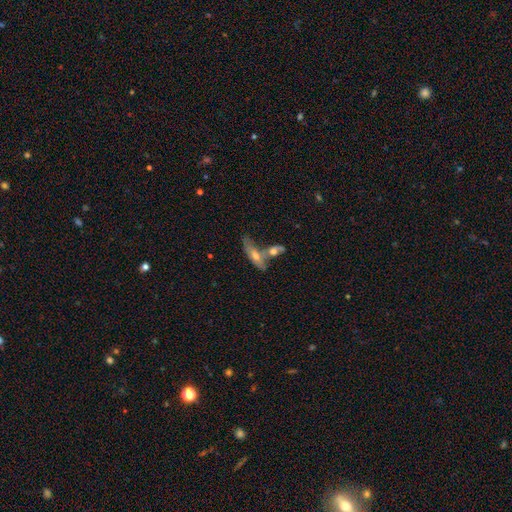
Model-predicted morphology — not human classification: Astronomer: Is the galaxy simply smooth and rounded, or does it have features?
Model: featured or disk — 47% (runner-up: smooth, 35%).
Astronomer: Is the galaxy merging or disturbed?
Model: none — 42% (runner-up: merger, 37%).